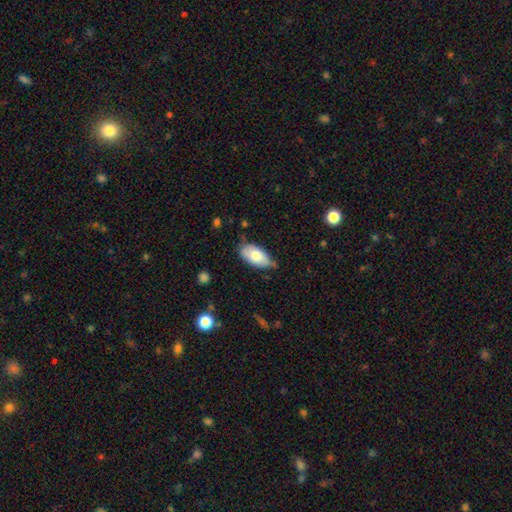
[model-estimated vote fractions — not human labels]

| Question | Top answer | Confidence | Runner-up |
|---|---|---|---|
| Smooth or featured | smooth | 75% | featured or disk (19%) |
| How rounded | in between | 94% | cigar-shaped (3%) |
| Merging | none | 62% | minor disturbance (31%) |